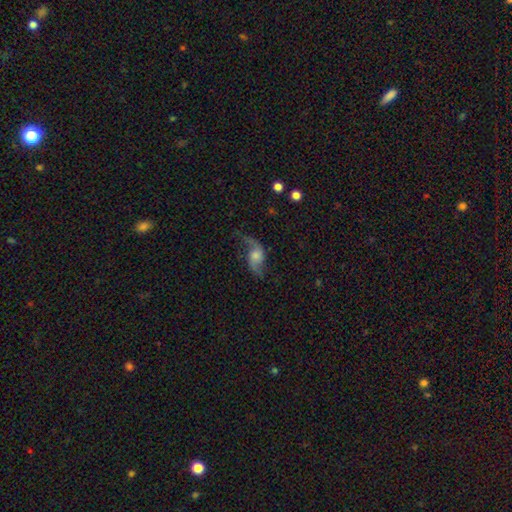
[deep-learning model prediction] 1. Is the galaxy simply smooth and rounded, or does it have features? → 79% featured or disk, 14% smooth, 7% star or artifact.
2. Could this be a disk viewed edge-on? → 96% no, 4% yes.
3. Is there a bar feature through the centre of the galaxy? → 63% no, 30% weak, 6% strong.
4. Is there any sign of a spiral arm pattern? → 94% yes, 6% no.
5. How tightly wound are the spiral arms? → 84% loose, 13% medium, 3% tight.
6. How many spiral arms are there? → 91% 2, 4% 1, 2% can't tell, 1% 3, 1% 4, 1% more than 4.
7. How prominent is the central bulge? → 42% moderate, 35% small, 10% none, 10% large, 2% dominant.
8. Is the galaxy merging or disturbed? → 63% none, 20% minor disturbance, 15% major disturbance, 2% merger.